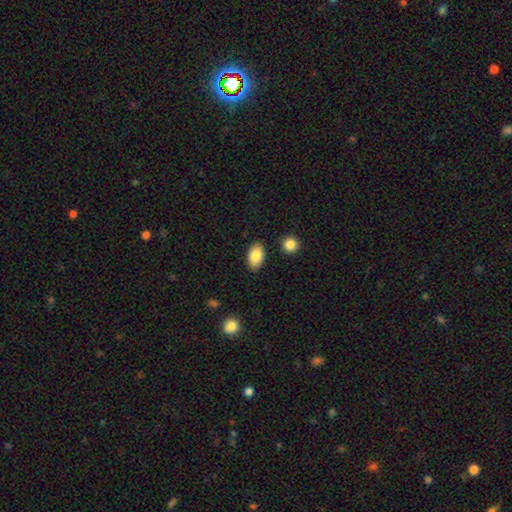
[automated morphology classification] A smooth galaxy with no disk features (85%) that is in between round and cigar-shaped (92%).

Vote fractions:
- Smooth or featured? smooth: 85% / featured or disk: 8% / star or artifact: 7%
- How rounded? in between: 92% / round: 6% / cigar-shaped: 2%
- Merging? none: 85% / minor disturbance: 10% / merger: 3% / major disturbance: 2%